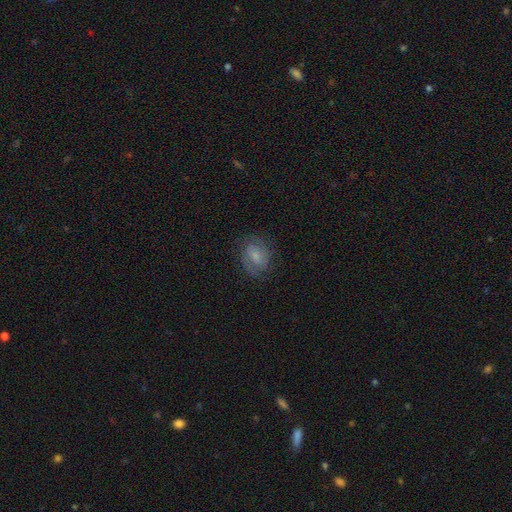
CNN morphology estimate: smooth-or-featured: featured or disk: 50% | smooth: 40% | star or artifact: 9%
  disk-edge-on: no: 97% | yes: 3%
  merging: none: 76% | minor disturbance: 16% | major disturbance: 7% | merger: 1%